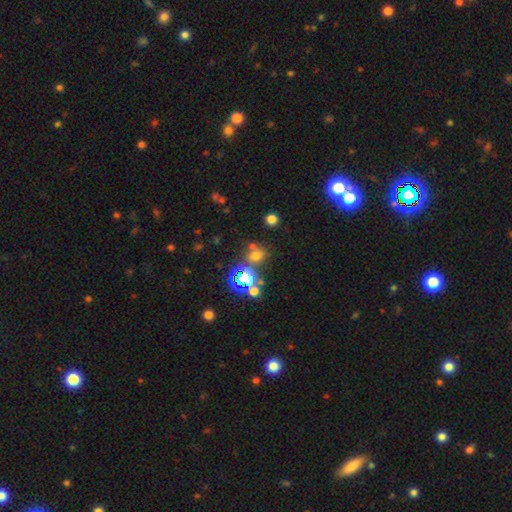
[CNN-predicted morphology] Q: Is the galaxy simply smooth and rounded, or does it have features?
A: smooth — 55%.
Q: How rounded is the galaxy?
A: round — 65%.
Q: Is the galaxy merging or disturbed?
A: none — 63%.